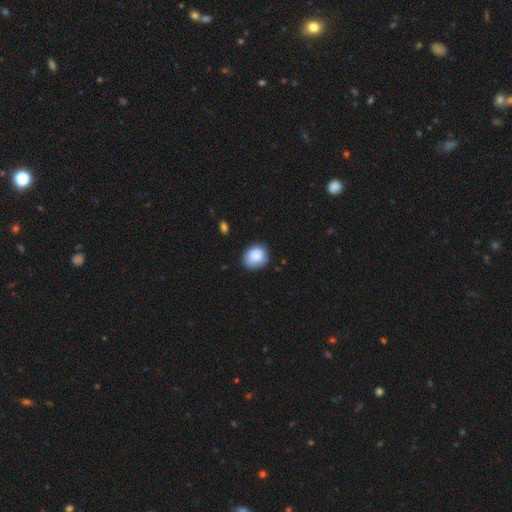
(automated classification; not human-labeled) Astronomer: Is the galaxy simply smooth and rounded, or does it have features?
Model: smooth — 85%.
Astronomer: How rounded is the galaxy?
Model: round — 60% (runner-up: in between, 39%).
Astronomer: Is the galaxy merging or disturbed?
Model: none — 75%.